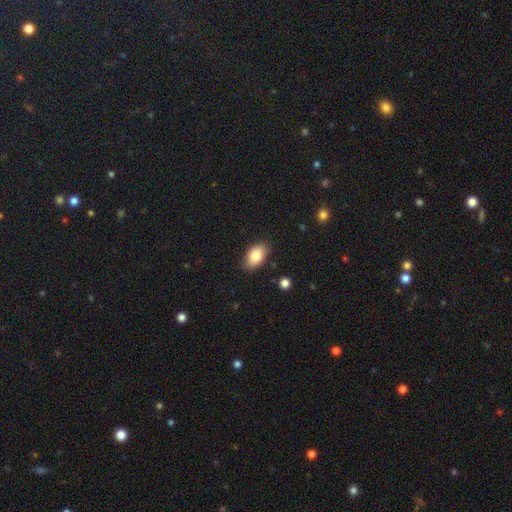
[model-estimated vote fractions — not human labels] Smooth or featured: smooth — 83% (featured or disk — 9%)
How rounded: in between — 91% (round — 7%)
Merging: none — 85% (minor disturbance — 11%)